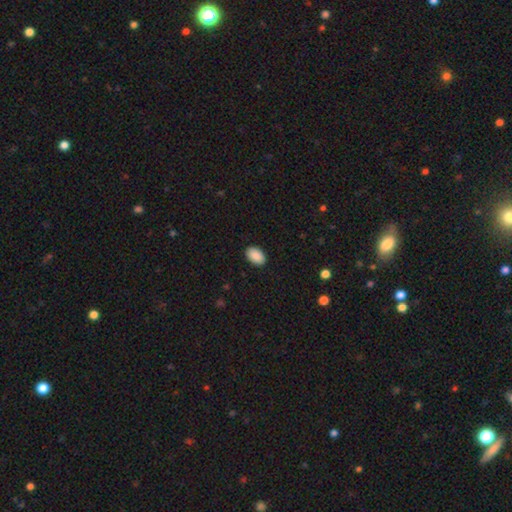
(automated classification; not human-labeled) Smooth or featured? smooth (91%)
How rounded? in between (90%)
Merging? none (90%)